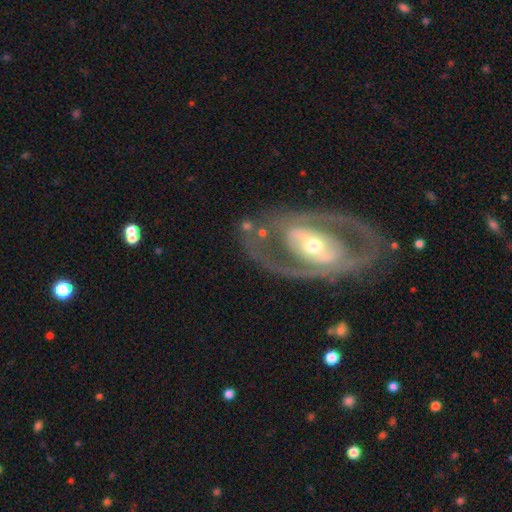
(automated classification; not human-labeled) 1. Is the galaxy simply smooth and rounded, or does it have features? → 84% featured or disk, 11% smooth, 5% star or artifact.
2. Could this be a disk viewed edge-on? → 93% no, 7% yes.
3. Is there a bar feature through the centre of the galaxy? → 37% no, 33% strong, 30% weak.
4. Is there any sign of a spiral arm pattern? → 67% yes, 33% no.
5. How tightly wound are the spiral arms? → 43% medium, 40% tight, 17% loose.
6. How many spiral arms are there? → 76% 2, 14% can't tell, 5% 1, 3% 3, 1% 4, 1% more than 4.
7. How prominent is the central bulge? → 57% moderate, 33% small, 8% large, 1% dominant, 1% none.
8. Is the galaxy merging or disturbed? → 75% none, 13% minor disturbance, 10% major disturbance, 2% merger.